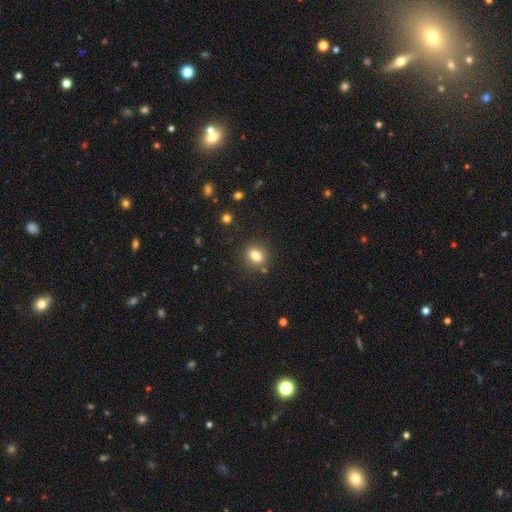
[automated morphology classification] Smooth or featured? smooth (80%)
How rounded? round (52%)
Merging? none (85%)